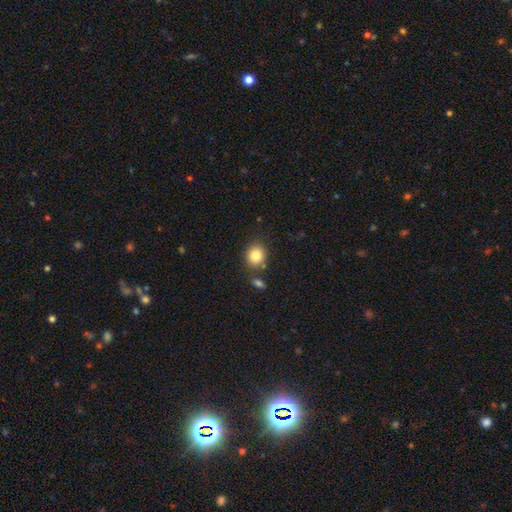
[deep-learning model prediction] Smooth or featured? smooth (84%)
How rounded? round (79%)
Merging? none (75%)